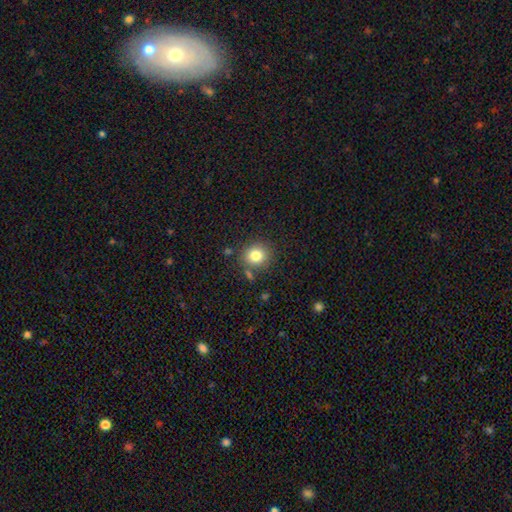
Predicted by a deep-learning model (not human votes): Overall: smooth (81%). How rounded: round (82%). Merging: none (80%).